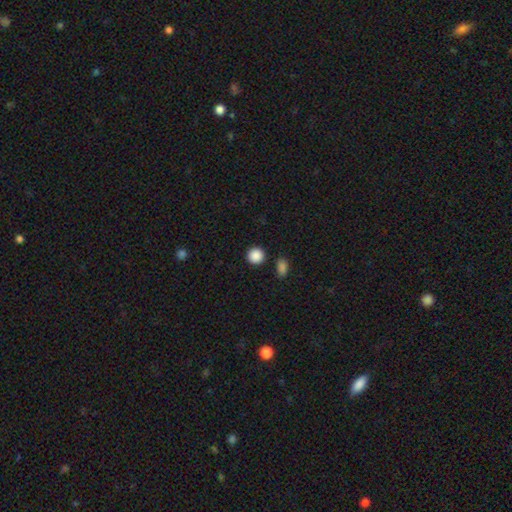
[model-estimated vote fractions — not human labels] Smooth or featured? Predicted: smooth (p=0.89). How rounded? Predicted: round (p=0.92). Merging? Predicted: none (p=0.88).